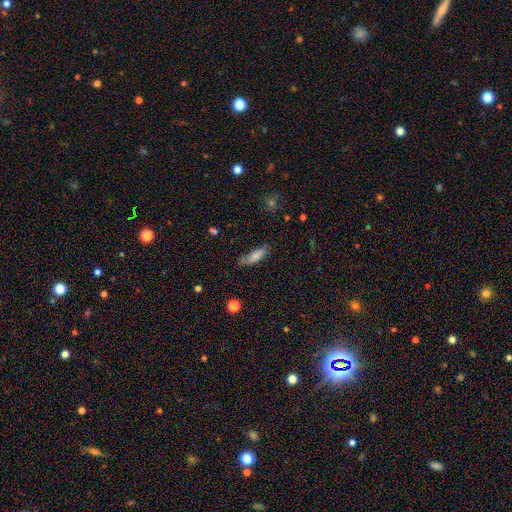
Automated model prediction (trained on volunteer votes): A smooth galaxy with no disk features (81%) that is in between round and cigar-shaped (50%). Merging: none (70%).